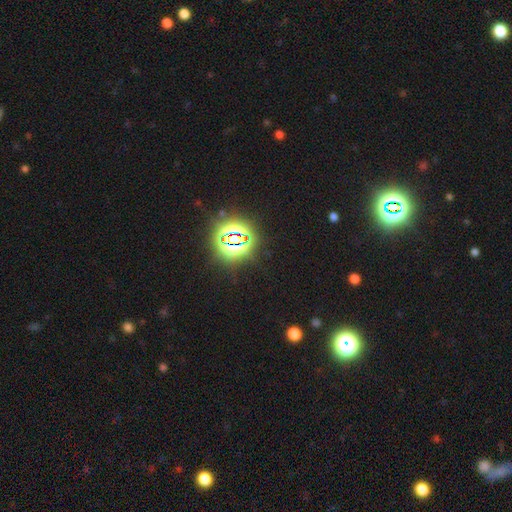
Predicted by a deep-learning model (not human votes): This is clearly a star or artifact rather than a galaxy (80%).